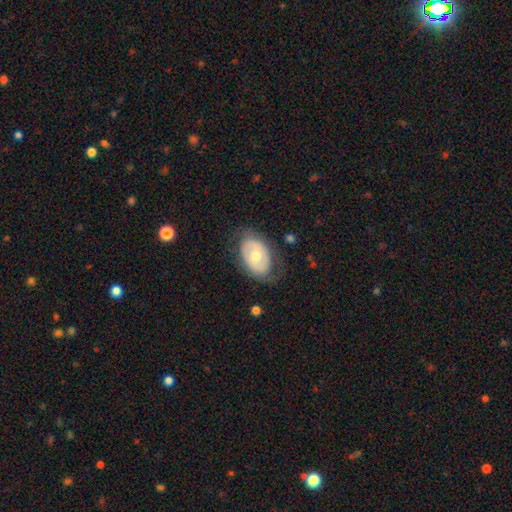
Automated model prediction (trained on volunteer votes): Morphology: type=smooth (48%); merging=none (71%).